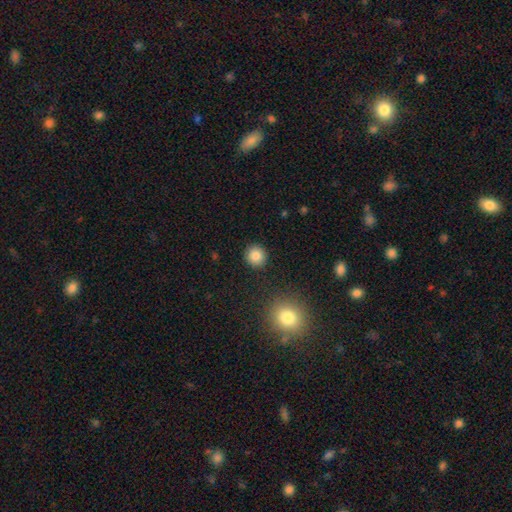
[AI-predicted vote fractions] smooth-or-featured: smooth: 85% | star or artifact: 10% | featured or disk: 5%
  how-rounded: round: 93% | in between: 6% | cigar-shaped: 1%
  merging: none: 91% | minor disturbance: 5% | major disturbance: 2% | merger: 2%